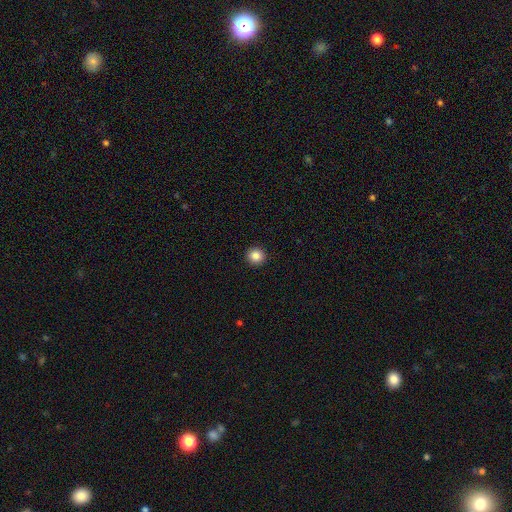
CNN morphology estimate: smooth 86%, star or artifact 10%, featured or disk 4%. Down the decision tree: how rounded — round (93%); merging — none (93%).